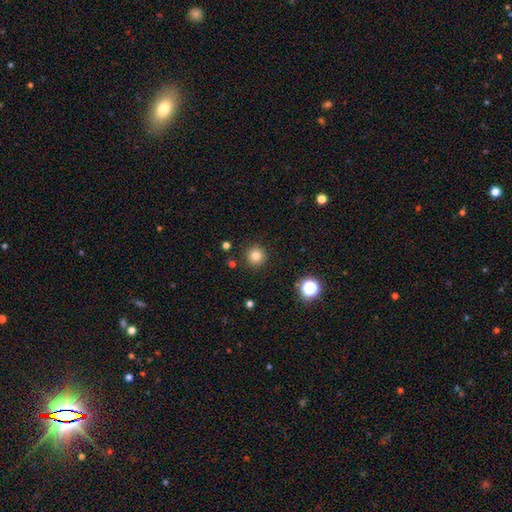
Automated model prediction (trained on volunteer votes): A smooth galaxy with no disk features (81%) that is round (95%). Merging: none (91%).